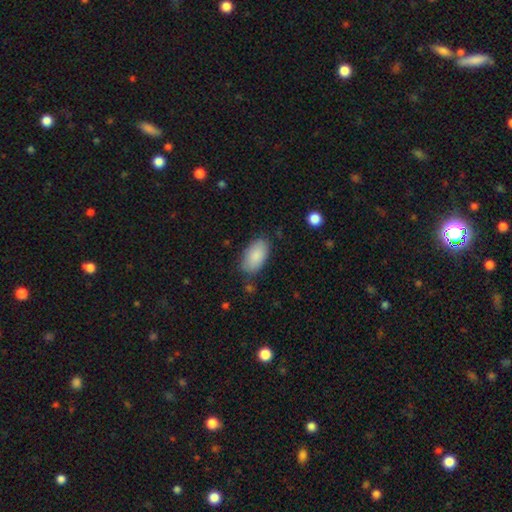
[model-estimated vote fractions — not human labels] smooth 87%, featured or disk 6%, star or artifact 6%. Down the decision tree: how rounded — in between (94%); merging — none (80%).